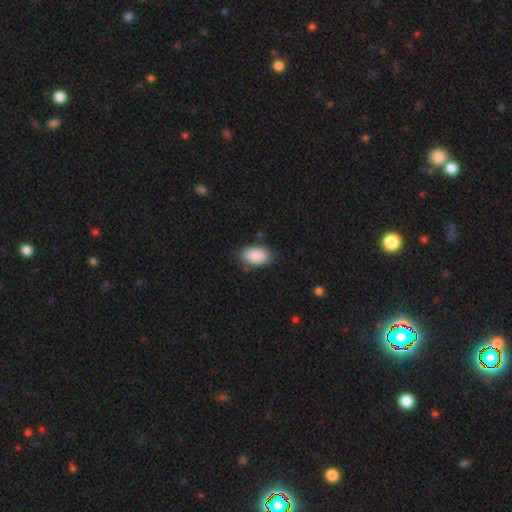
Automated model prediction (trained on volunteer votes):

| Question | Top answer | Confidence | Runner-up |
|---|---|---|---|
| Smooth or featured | smooth | 90% | star or artifact (6%) |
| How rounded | in between | 93% | round (6%) |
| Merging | none | 82% | minor disturbance (13%) |